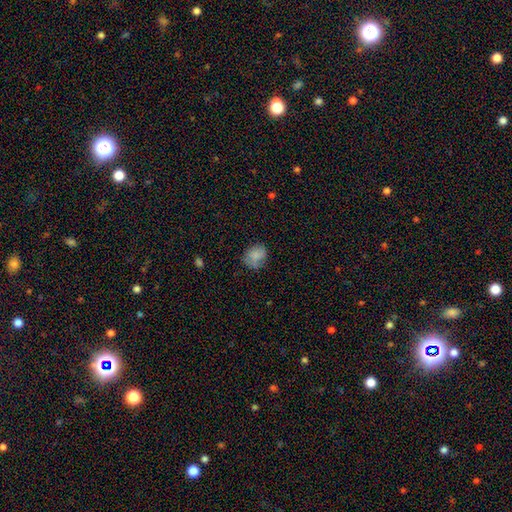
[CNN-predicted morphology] This appears to be a smooth galaxy with no disk features (78%) that is round (58%). Merging: none (62%).